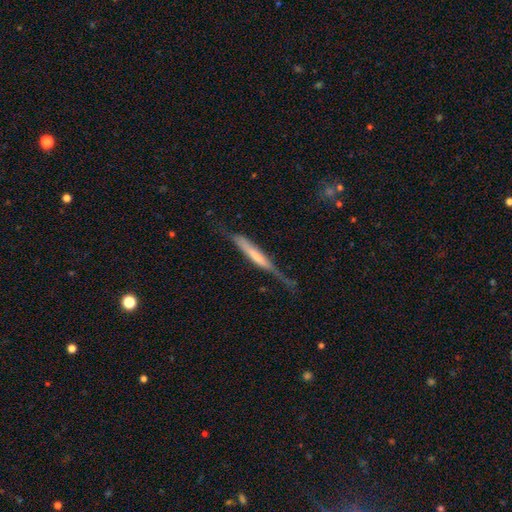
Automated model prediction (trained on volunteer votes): This appears to be a featured or disk galaxy (53%) viewed edge-on (88%). Merging: none (49%).